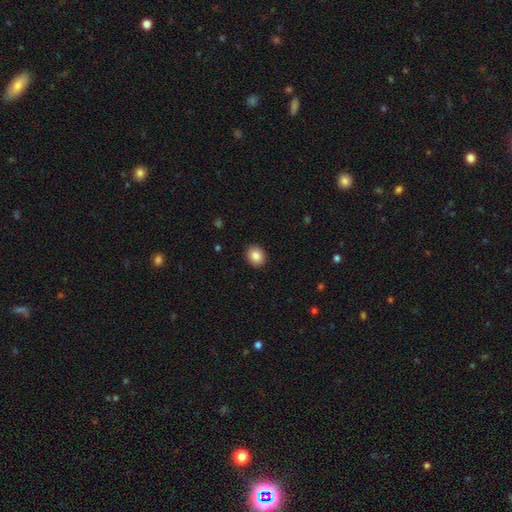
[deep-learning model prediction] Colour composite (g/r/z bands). It shows a smooth galaxy with no disk features (86%) that is round (64%). Merging: none (91%).